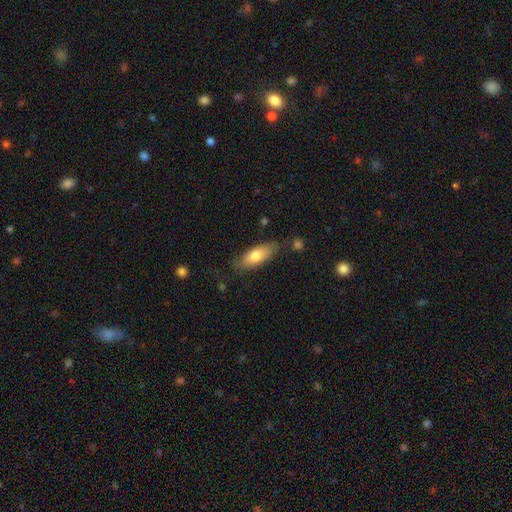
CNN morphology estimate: Overall: smooth (74%). How rounded: in between (71%). Merging: none (72%).